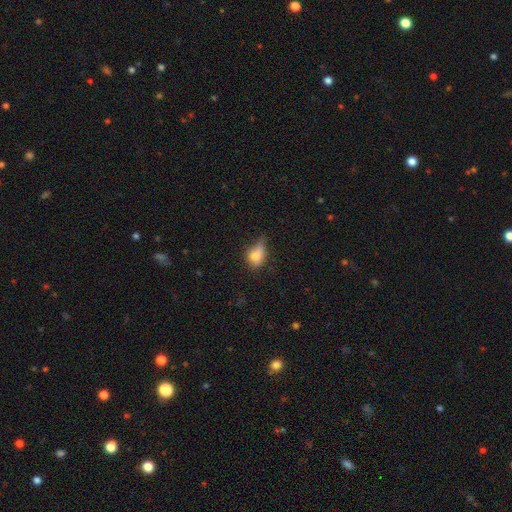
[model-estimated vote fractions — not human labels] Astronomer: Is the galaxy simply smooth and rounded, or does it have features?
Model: smooth — 72%.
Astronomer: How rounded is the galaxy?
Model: in between — 64%.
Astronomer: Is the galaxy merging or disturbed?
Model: minor disturbance — 41% (runner-up: none, 32%).